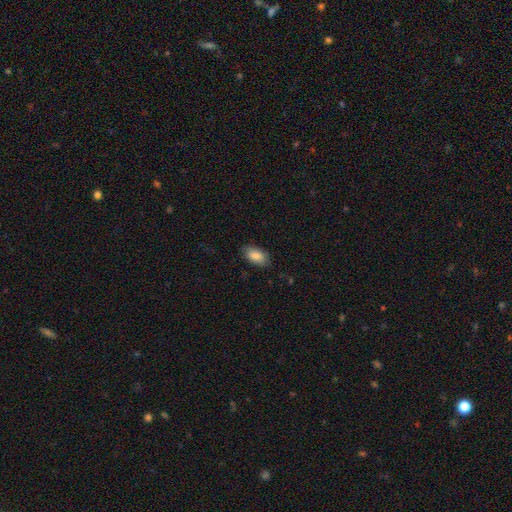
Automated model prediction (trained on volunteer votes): Smooth or featured?
  - smooth: 87% *
  - star or artifact: 6%
  - featured or disk: 6%
How rounded?
  - in between: 94% *
  - cigar-shaped: 3%
  - round: 3%
Merging?
  - none: 84% *
  - minor disturbance: 13%
  - major disturbance: 3%
  - merger: 1%